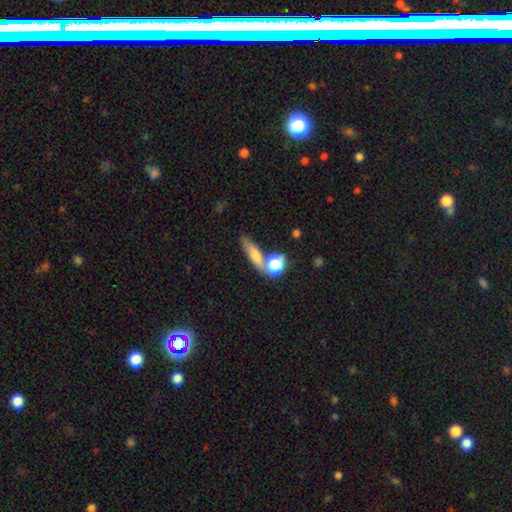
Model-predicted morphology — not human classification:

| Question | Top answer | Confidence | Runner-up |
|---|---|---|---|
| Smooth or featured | smooth | 62% | featured or disk (25%) |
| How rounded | cigar-shaped | 50% | in between (30%) |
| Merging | none | 55% | merger (24%) |